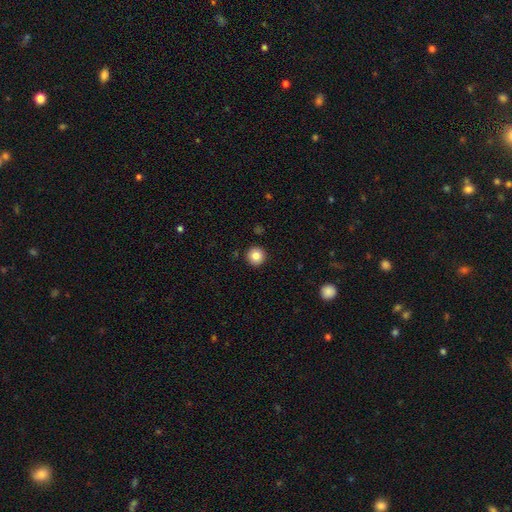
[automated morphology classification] Smooth or featured? Predicted: smooth (p=0.84). How rounded? Predicted: round (p=0.96). Merging? Predicted: none (p=0.92).